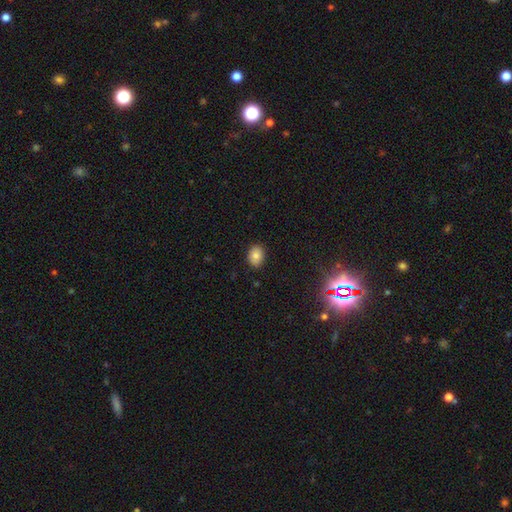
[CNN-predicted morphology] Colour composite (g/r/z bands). It shows a smooth galaxy with no disk features (83%) that is in between round and cigar-shaped (67%). Merging: none (87%).